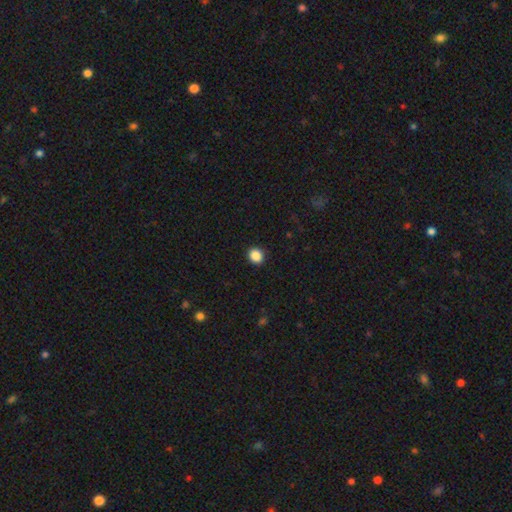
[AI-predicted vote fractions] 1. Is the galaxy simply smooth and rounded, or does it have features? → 88% smooth, 10% star or artifact, 2% featured or disk.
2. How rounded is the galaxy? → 83% round, 16% in between, 1% cigar-shaped.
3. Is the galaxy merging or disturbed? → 92% none, 5% minor disturbance, 2% major disturbance, 1% merger.